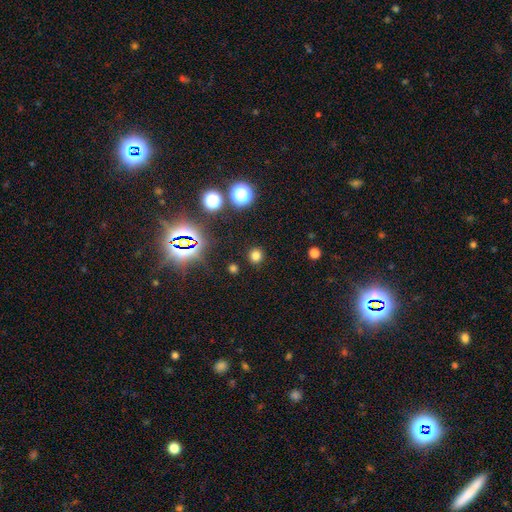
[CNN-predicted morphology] Q: Smooth or featured?
A: smooth (73%); runner-up: star or artifact (22%)
Q: How rounded?
A: round (91%); runner-up: in between (8%)
Q: Merging?
A: none (89%); runner-up: minor disturbance (6%)